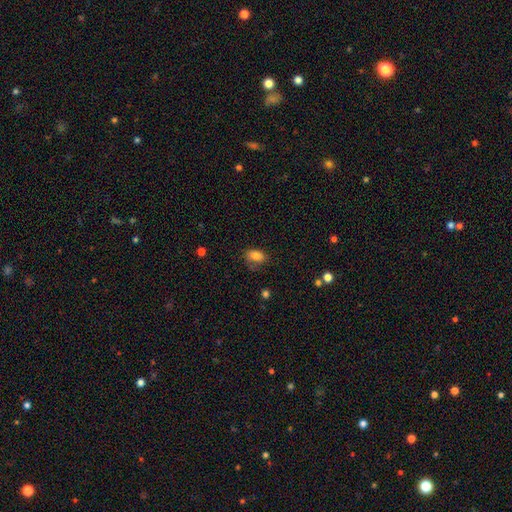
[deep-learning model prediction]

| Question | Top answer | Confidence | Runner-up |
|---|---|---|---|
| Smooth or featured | smooth | 83% | star or artifact (10%) |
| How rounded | in between | 85% | round (13%) |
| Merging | none | 67% | minor disturbance (24%) |